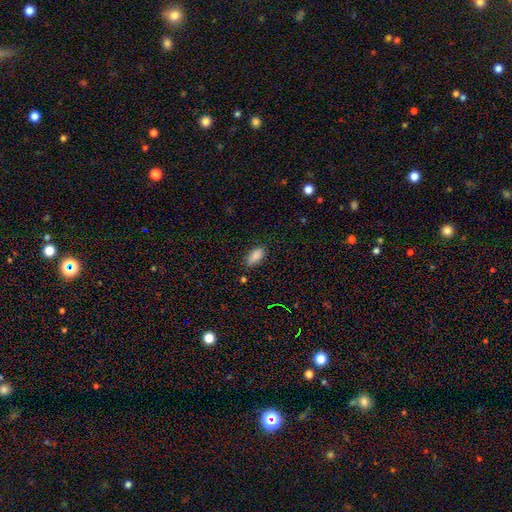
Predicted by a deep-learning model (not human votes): This appears to be a smooth galaxy with no disk features (87%) that is in between round and cigar-shaped (91%). Merging: none (77%).